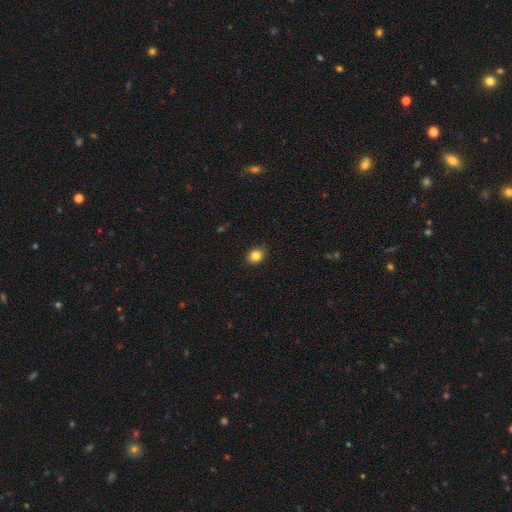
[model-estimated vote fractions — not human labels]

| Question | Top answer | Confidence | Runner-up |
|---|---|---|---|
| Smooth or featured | smooth | 84% | star or artifact (10%) |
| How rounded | round | 54% | in between (45%) |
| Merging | none | 88% | minor disturbance (9%) |